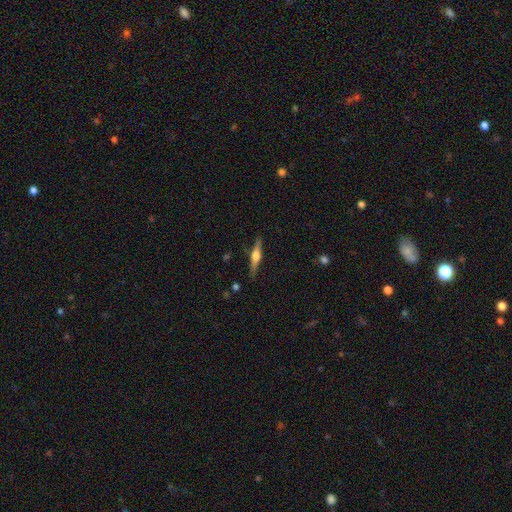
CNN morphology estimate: Smooth or featured? Predicted: featured or disk (p=0.67). Edge-on disk? Predicted: yes (p=0.97). Edge-on bulge? Predicted: rounded (p=0.89). Merging? Predicted: none (p=0.88).